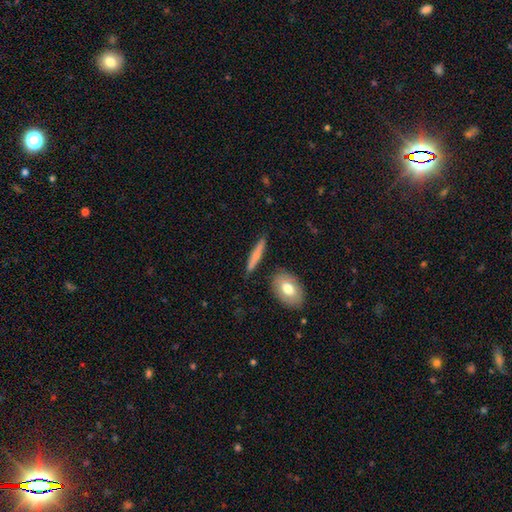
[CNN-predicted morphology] Smooth or featured: smooth — 67% (featured or disk — 27%)
How rounded: cigar-shaped — 87% (in between — 10%)
Merging: none — 85% (minor disturbance — 10%)